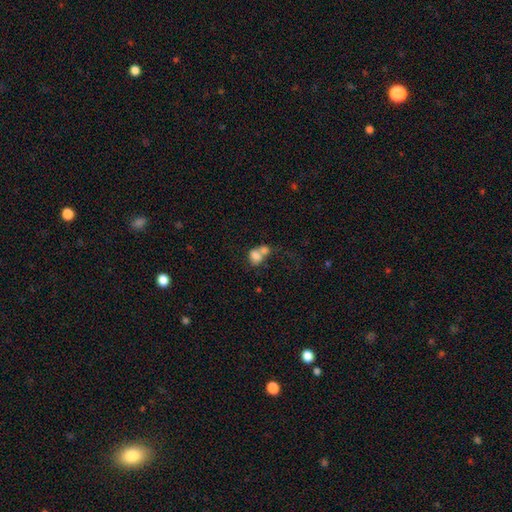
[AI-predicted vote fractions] Q: Smooth or featured?
A: smooth (75%); runner-up: featured or disk (15%)
Q: How rounded?
A: in between (63%); runner-up: round (36%)
Q: Merging?
A: merger (67%); runner-up: none (19%)